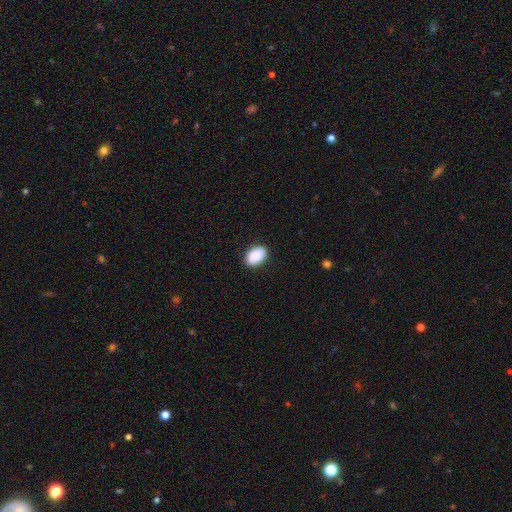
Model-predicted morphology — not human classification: Smooth or featured? Predicted: smooth (p=0.89). How rounded? Predicted: in between (p=0.87). Merging? Predicted: none (p=0.87).